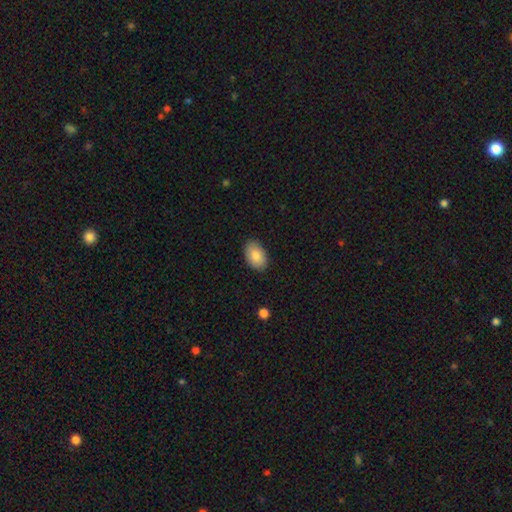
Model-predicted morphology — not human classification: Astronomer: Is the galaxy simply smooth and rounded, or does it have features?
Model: smooth — 83%.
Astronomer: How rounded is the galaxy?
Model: in between — 91%.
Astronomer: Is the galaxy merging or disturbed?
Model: none — 87%.